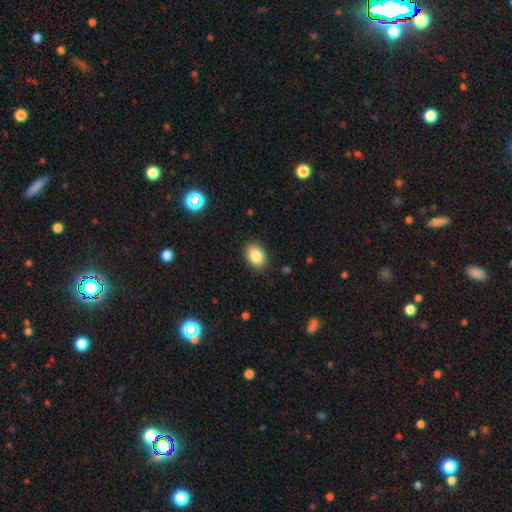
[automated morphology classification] A smooth galaxy with no disk features (86%) that is in between round and cigar-shaped (74%). Merging: none (88%).